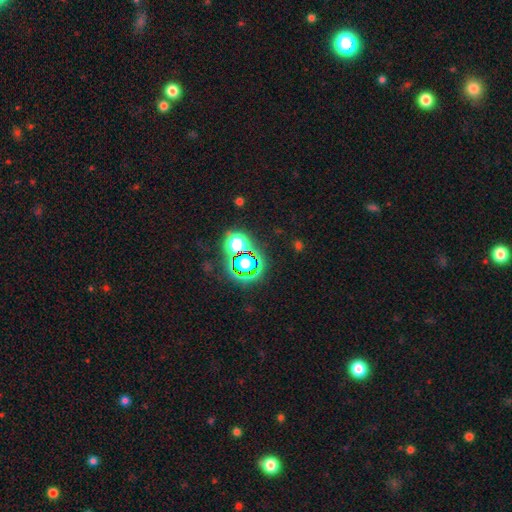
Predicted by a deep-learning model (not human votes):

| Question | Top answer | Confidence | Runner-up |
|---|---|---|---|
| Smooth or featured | star or artifact | 78% | smooth (14%) |